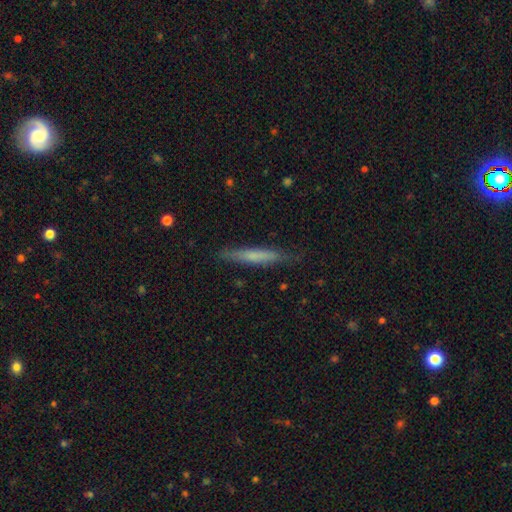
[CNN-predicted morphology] A smooth galaxy with no disk features (60%) that is cigar-shaped (95%).

Vote fractions:
- Smooth or featured? smooth: 60% / featured or disk: 34% / star or artifact: 6%
- How rounded? cigar-shaped: 95% / in between: 4% / round: 1%
- Merging? none: 83% / minor disturbance: 13% / major disturbance: 2% / merger: 1%